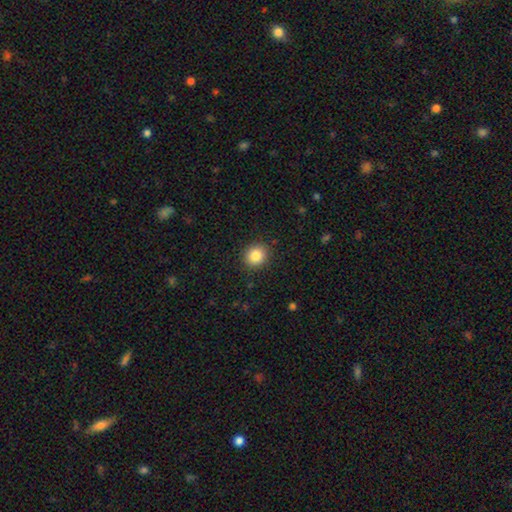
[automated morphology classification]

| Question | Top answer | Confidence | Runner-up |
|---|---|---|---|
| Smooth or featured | smooth | 84% | star or artifact (10%) |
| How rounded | round | 84% | in between (15%) |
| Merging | none | 90% | minor disturbance (7%) |